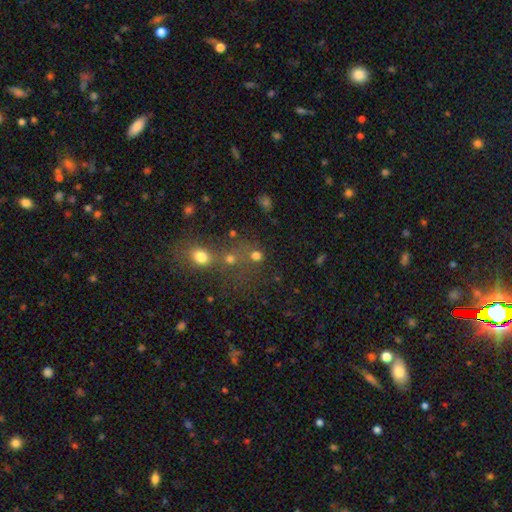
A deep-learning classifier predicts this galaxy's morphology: Smooth or featured? smooth (71%)
How rounded? round (80%)
Merging? none (54%)